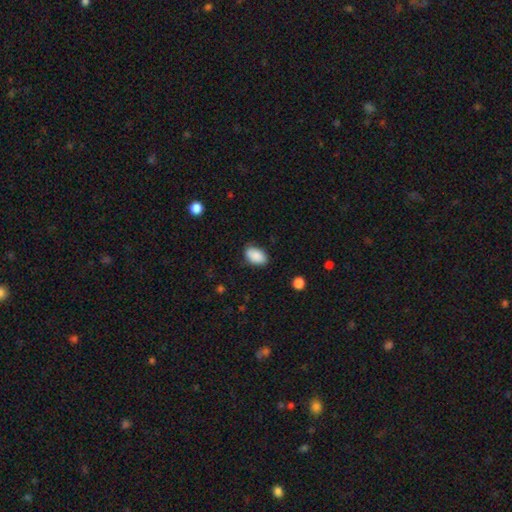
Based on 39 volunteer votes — Smooth or featured? smooth (92%)
How rounded? in between (92%)
Merging? none (92%)